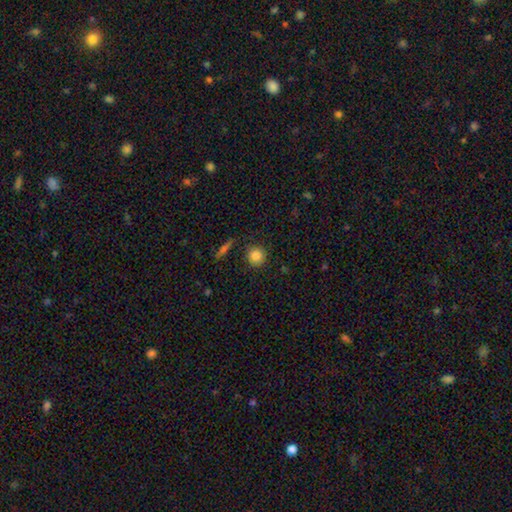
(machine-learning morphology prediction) Smooth or featured?
  - smooth: 84% *
  - star or artifact: 10%
  - featured or disk: 6%
How rounded?
  - round: 92% *
  - in between: 7%
  - cigar-shaped: 1%
Merging?
  - none: 87% *
  - minor disturbance: 8%
  - major disturbance: 2%
  - merger: 2%